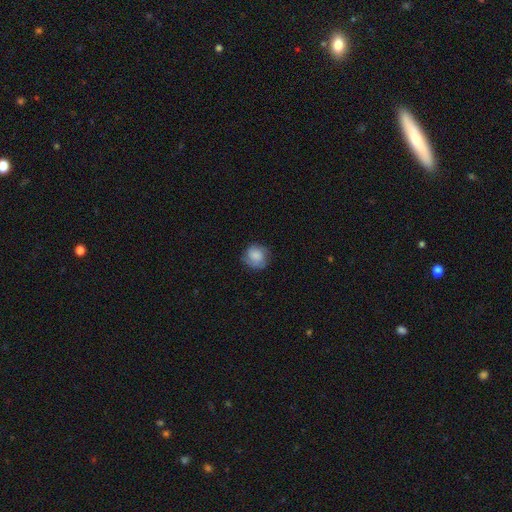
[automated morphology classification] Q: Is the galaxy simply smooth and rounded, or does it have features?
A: smooth — 65%.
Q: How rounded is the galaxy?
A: round — 84%.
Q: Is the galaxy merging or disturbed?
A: none — 74%.